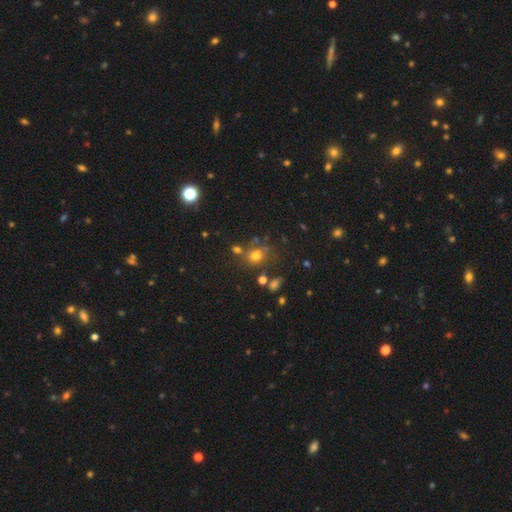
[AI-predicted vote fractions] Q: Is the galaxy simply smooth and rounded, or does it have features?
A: smooth — 67%.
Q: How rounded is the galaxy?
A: round — 68%.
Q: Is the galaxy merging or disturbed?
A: none — 59%.